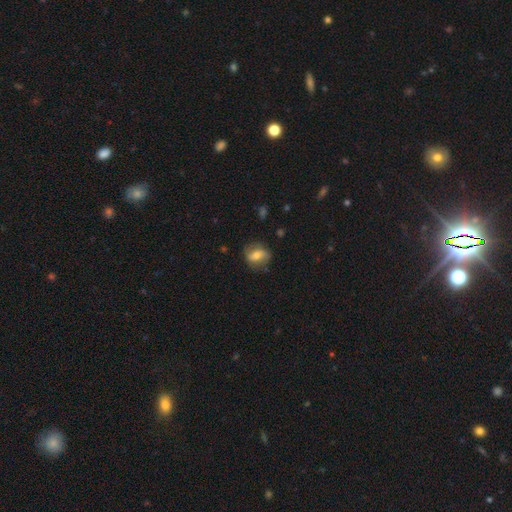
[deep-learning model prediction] Smooth or featured? Predicted: smooth (p=0.54). How rounded? Predicted: in between (p=0.52). Merging? Predicted: none (p=0.73).